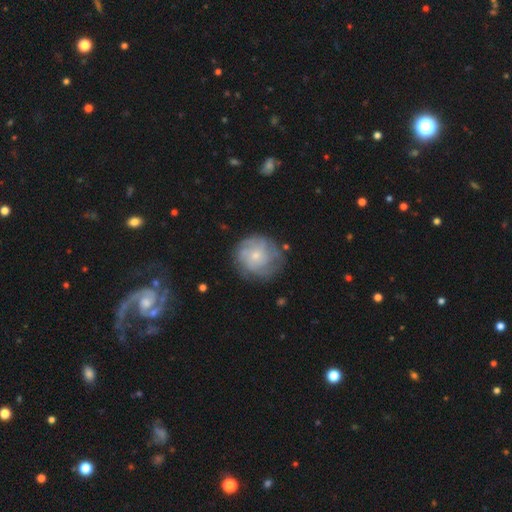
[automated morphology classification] A featured or disk galaxy (58%) with no bar (81%), spiral arms (77%) and a small central bulge (66%).

Vote fractions:
- Smooth or featured? featured or disk: 58% / smooth: 34% / star or artifact: 8%
- Edge-on disk? no: 98% / yes: 2%
- Bar? no: 81% / weak: 17% / strong: 2%
- Spiral arms? yes: 77% / no: 23%
- Bulge size? small: 66% / moderate: 28% / none: 3% / large: 2% / dominant: 1%
- Merging? none: 73% / minor disturbance: 17% / major disturbance: 8% / merger: 2%